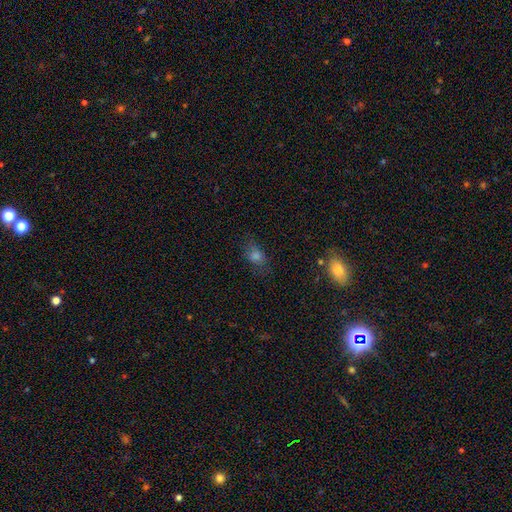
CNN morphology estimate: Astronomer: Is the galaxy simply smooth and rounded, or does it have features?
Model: smooth — 66%.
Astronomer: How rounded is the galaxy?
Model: in between — 68%.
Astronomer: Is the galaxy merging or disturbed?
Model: none — 73%.